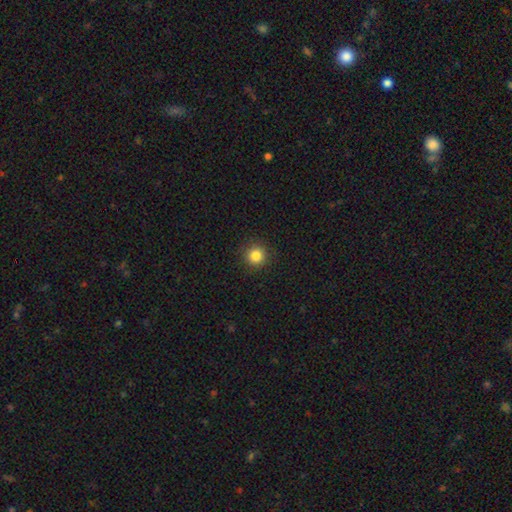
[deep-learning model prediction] Smooth or featured? smooth (84%)
How rounded? round (95%)
Merging? none (92%)